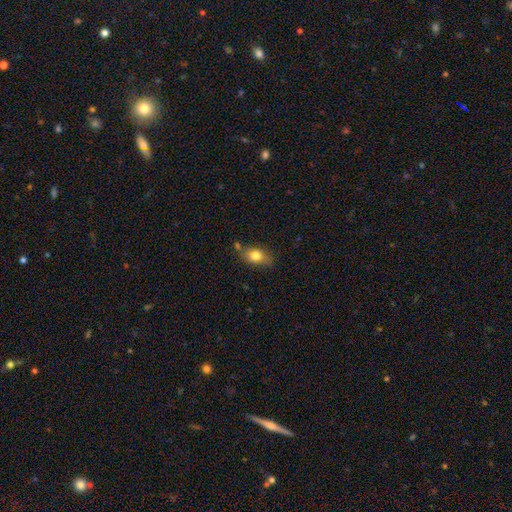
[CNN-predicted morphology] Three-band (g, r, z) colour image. It shows a smooth galaxy with no disk features (79%) that is in between round and cigar-shaped (80%). Merging: none (70%).